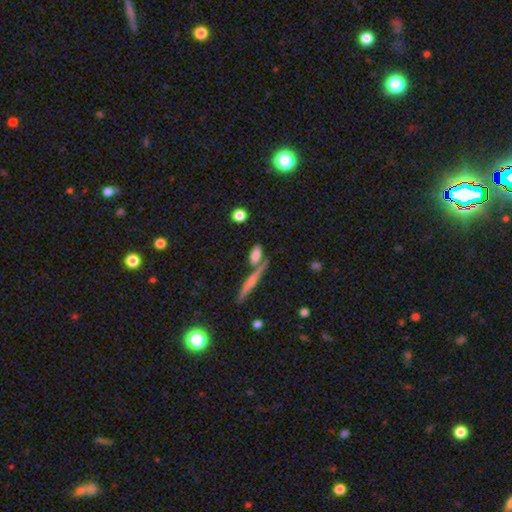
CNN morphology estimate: The model was most divided on "merging": none: 61%, merger: 21%, minor disturbance: 13%, major disturbance: 5%. More confident: smooth or featured — smooth (73%); how rounded — in between (65%).